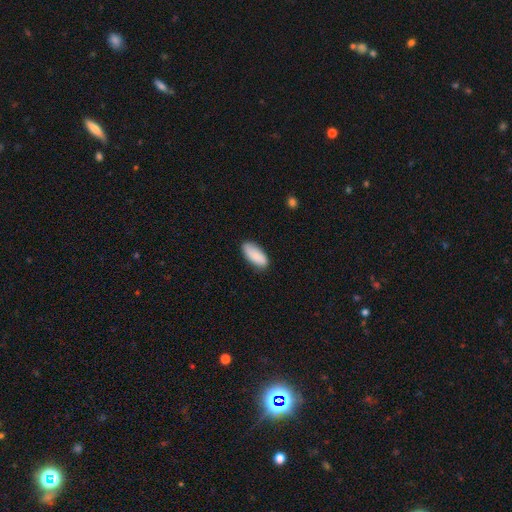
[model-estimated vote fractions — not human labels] A smooth galaxy with no disk features (87%) that is in between round and cigar-shaped (84%). Merging: none (83%).